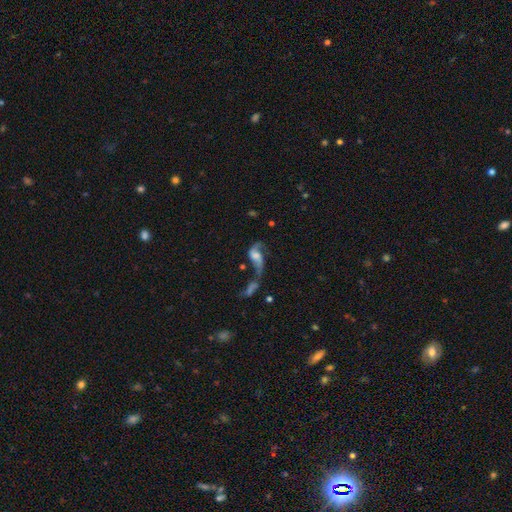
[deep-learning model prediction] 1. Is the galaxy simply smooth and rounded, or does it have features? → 70% featured or disk, 21% smooth, 9% star or artifact.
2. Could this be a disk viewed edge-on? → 94% no, 6% yes.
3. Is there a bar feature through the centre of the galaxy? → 56% no, 34% weak, 10% strong.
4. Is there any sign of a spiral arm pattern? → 83% yes, 17% no.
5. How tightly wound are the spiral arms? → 81% loose, 15% medium, 4% tight.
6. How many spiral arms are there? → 80% 2, 11% 1, 5% can't tell, 1% 3, 1% 4, 1% more than 4.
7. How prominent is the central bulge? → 36% moderate, 26% small, 20% none, 15% large, 3% dominant.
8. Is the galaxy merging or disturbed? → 42% merger, 24% major disturbance, 22% none, 12% minor disturbance.